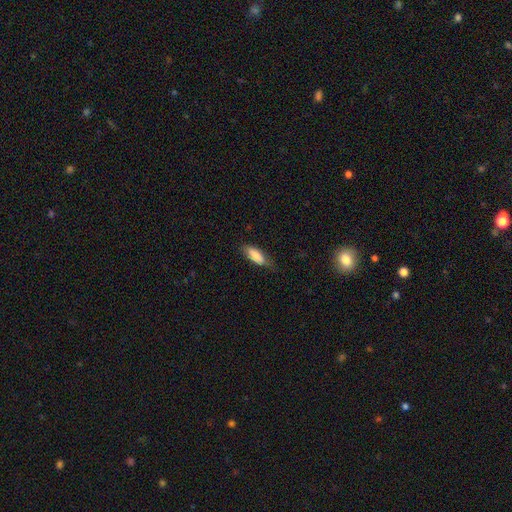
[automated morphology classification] Overall: smooth (80%). How rounded: in between (73%). Merging: none (67%).